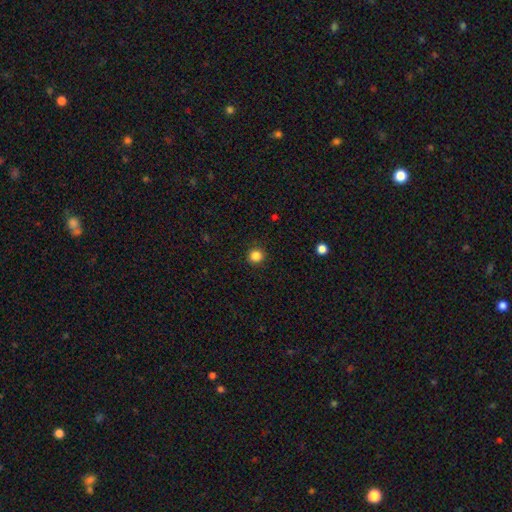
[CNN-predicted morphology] A smooth galaxy with no disk features (85%) that is round (92%). Merging: none (91%).